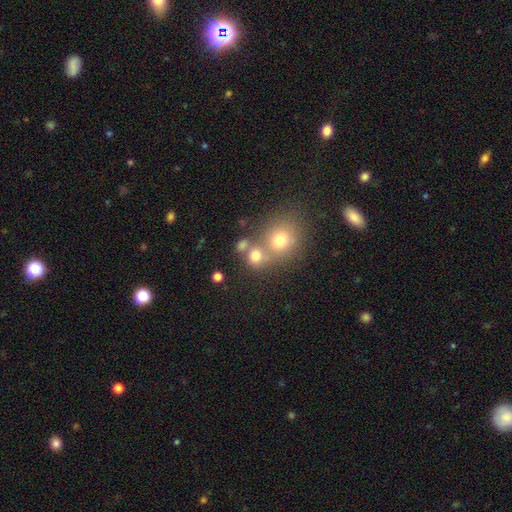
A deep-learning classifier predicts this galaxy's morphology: This is likely a smooth galaxy (73%). How rounded: likely round (79%). Merging: possibly none (48%).